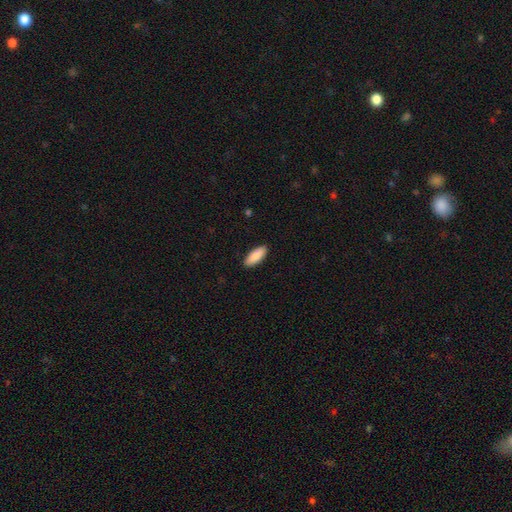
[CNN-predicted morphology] smooth_or_featured: smooth (p=0.90) [alt: star or artifact p=0.05]
how_rounded: in between (p=0.74) [alt: cigar-shaped p=0.24]
merging: none (p=0.90) [alt: minor disturbance p=0.07]